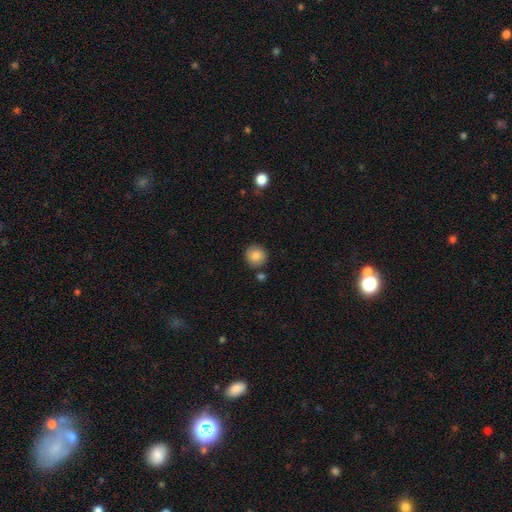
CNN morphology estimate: Smooth or featured? Predicted: smooth (p=0.86). How rounded? Predicted: round (p=0.93). Merging? Predicted: none (p=0.84).